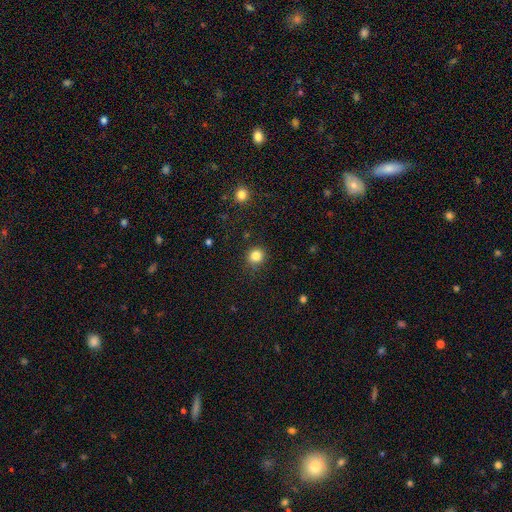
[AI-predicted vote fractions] smooth 83%, star or artifact 12%, featured or disk 4%. Down the decision tree: how rounded — round (90%); merging — none (88%).